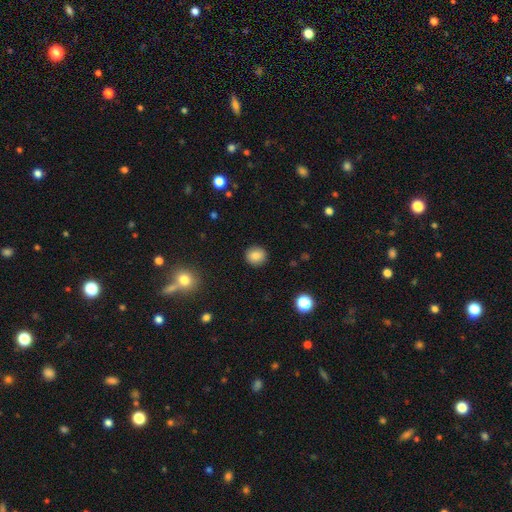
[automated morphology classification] This is clearly a smooth galaxy (85%). How rounded: clearly round (86%). Merging: clearly none (91%).